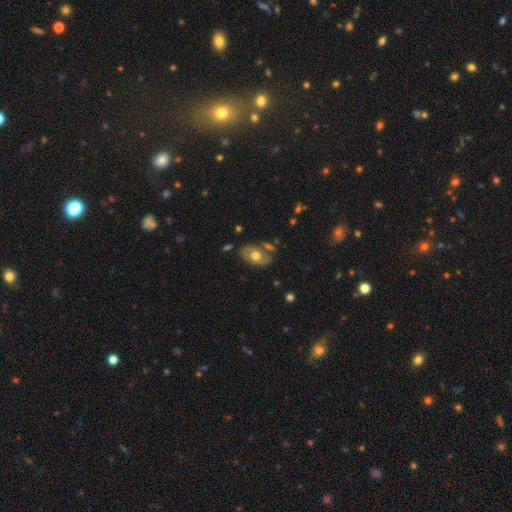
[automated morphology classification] This appears to be a smooth galaxy with no disk features (49%). Merging: none (66%).